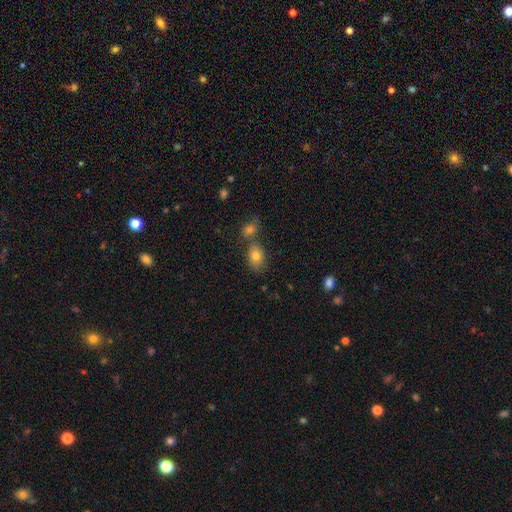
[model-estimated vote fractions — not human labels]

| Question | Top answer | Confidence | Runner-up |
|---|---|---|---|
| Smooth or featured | smooth | 80% | featured or disk (11%) |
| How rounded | in between | 77% | round (22%) |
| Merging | none | 56% | merger (27%) |